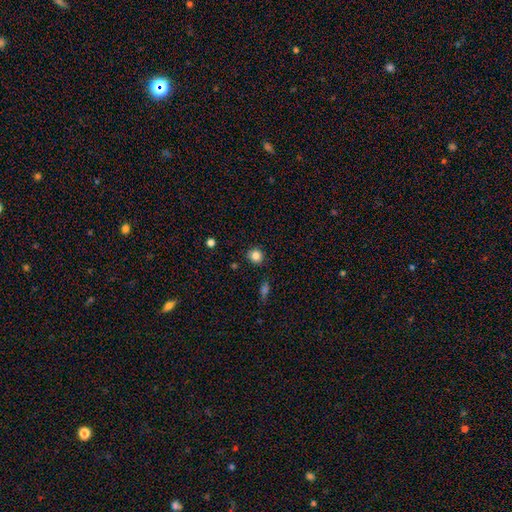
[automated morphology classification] A smooth galaxy with no disk features (83%) that is round (88%). Merging: none (89%).